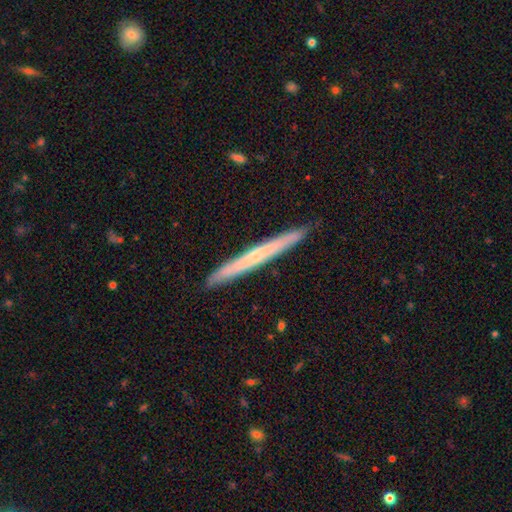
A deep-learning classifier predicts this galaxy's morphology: Q: Smooth or featured?
A: featured or disk (53%); runner-up: smooth (42%)
Q: Edge-on disk?
A: yes (95%); runner-up: no (5%)
Q: Edge-on bulge?
A: none (62%); runner-up: rounded (34%)
Q: Merging?
A: none (91%); runner-up: minor disturbance (7%)